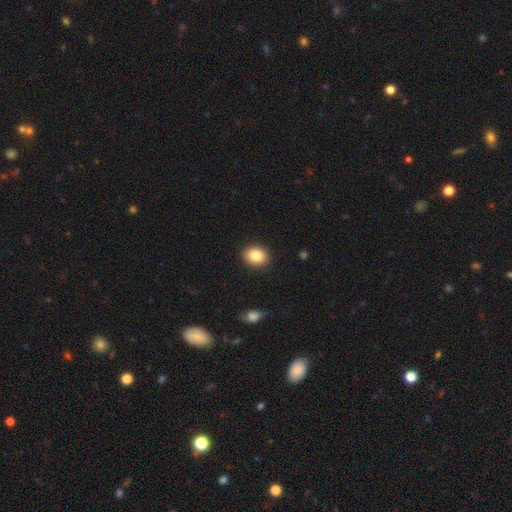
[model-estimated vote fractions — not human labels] This is clearly a smooth galaxy (87%). How rounded: possibly in between (55%). Merging: clearly none (89%).